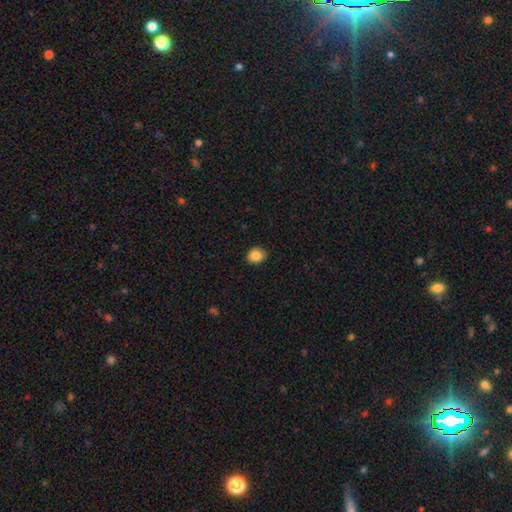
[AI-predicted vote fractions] Smooth or featured?
  - smooth: 85% *
  - star or artifact: 9%
  - featured or disk: 6%
How rounded?
  - round: 66% *
  - in between: 33%
  - cigar-shaped: 1%
Merging?
  - none: 88% *
  - minor disturbance: 9%
  - major disturbance: 2%
  - merger: 1%